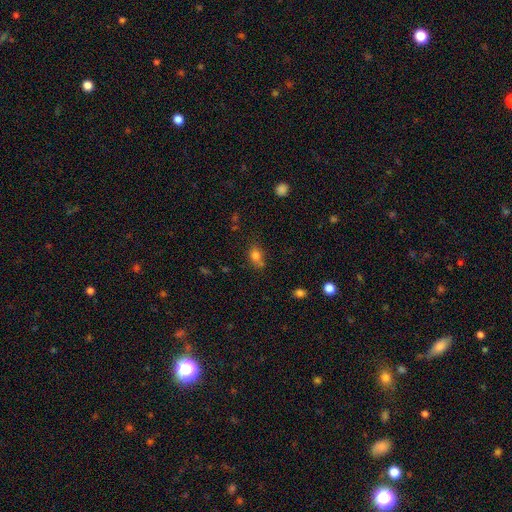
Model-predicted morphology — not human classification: The model was most divided on "how rounded": in between: 64%, round: 33%, cigar-shaped: 3%. More confident: smooth or featured — smooth (79%); merging — none (56%).